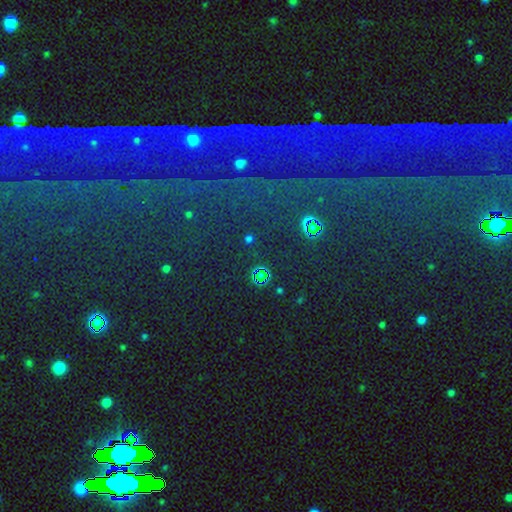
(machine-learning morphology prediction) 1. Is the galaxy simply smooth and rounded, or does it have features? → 81% star or artifact, 11% smooth, 9% featured or disk.